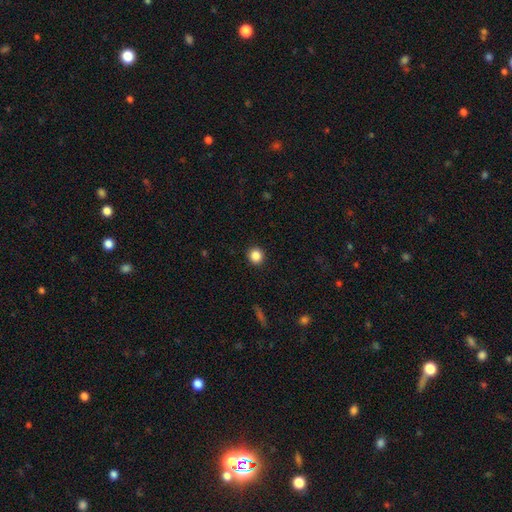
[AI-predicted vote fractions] This appears to be a smooth galaxy with no disk features (86%) that is round (90%). Merging: none (92%).